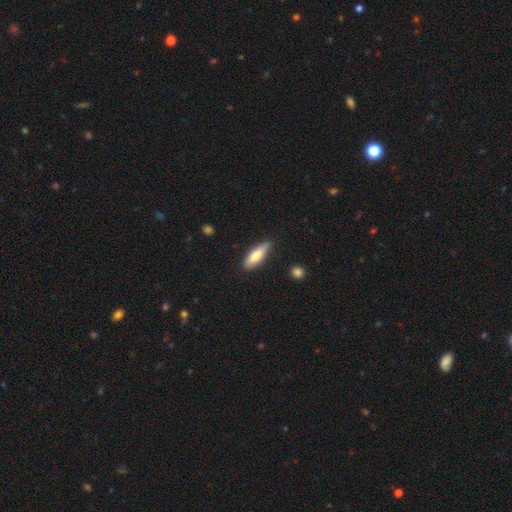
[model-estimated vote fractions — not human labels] smooth 71%, featured or disk 23%, star or artifact 6%. Down the decision tree: how rounded — cigar-shaped (52%); merging — none (81%).